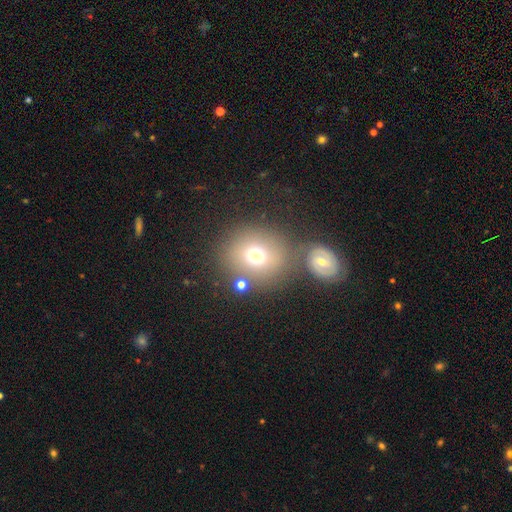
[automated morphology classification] Smooth or featured?
  - smooth: 72% *
  - featured or disk: 16%
  - star or artifact: 12%
How rounded?
  - round: 77% *
  - in between: 22%
  - cigar-shaped: 1%
Merging?
  - none: 62% *
  - merger: 21%
  - minor disturbance: 12%
  - major disturbance: 5%